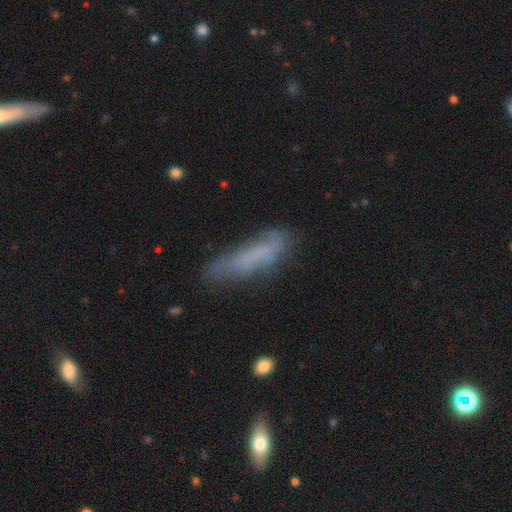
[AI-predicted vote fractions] A smooth galaxy with no disk features (60%) that is cigar-shaped (76%). Merging: none (57%).